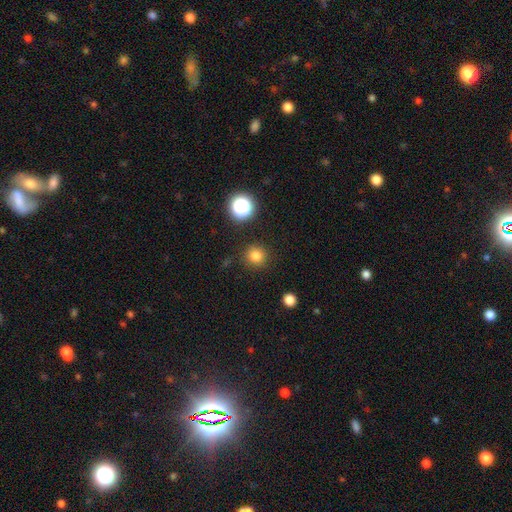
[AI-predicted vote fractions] Smooth or featured? Predicted: smooth (p=0.80). How rounded? Predicted: round (p=0.94). Merging? Predicted: none (p=0.89).